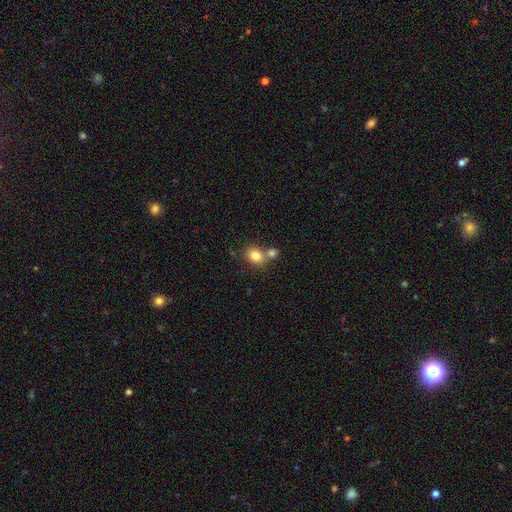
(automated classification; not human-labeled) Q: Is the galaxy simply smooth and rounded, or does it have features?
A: smooth — 82%.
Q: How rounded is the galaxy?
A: round — 51%.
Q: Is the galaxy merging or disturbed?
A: none — 52%.